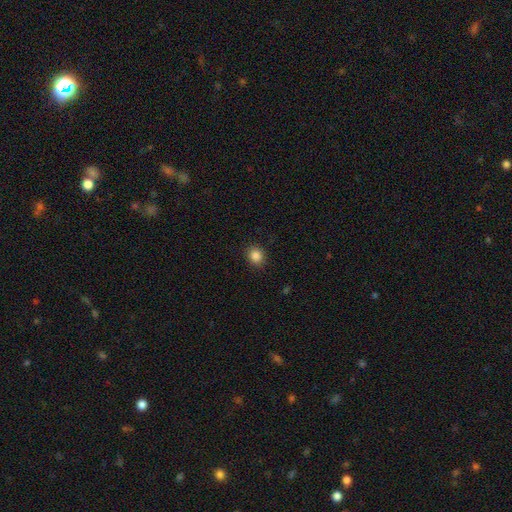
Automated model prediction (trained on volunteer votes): Q: Smooth or featured?
A: smooth (86%); runner-up: star or artifact (11%)
Q: How rounded?
A: round (73%); runner-up: in between (26%)
Q: Merging?
A: none (90%); runner-up: minor disturbance (7%)